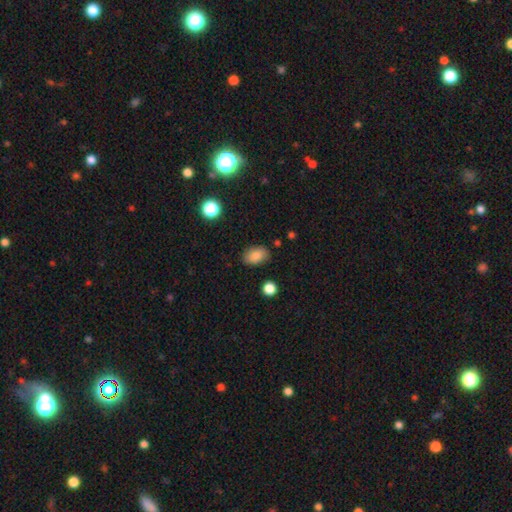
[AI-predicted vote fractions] Overall: smooth (85%). How rounded: in between (86%). Merging: none (84%).